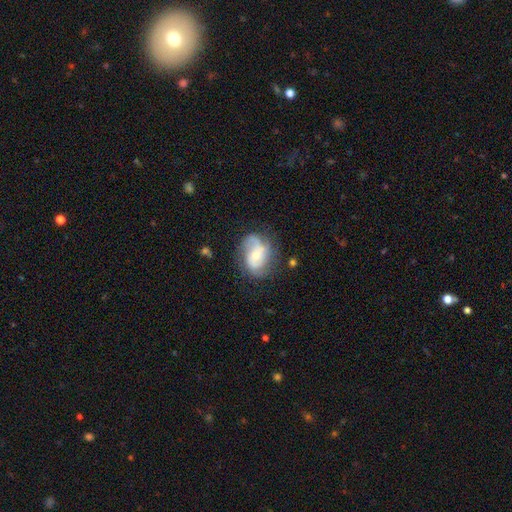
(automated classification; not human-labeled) smooth_or_featured: featured or disk (p=0.68) [alt: smooth p=0.25]
disk_edge_on: no (p=0.97) [alt: yes p=0.03]
bar: no (p=0.58) [alt: weak p=0.33]
has_spiral_arms: yes (p=0.85) [alt: no p=0.15]
spiral_winding: medium (p=0.42) [alt: loose p=0.33]
spiral_arm_count: 2 (p=0.64) [alt: can't tell p=0.18]
bulge_size: small (p=0.49) [alt: moderate p=0.45]
merging: none (p=0.59) [alt: minor disturbance p=0.24]